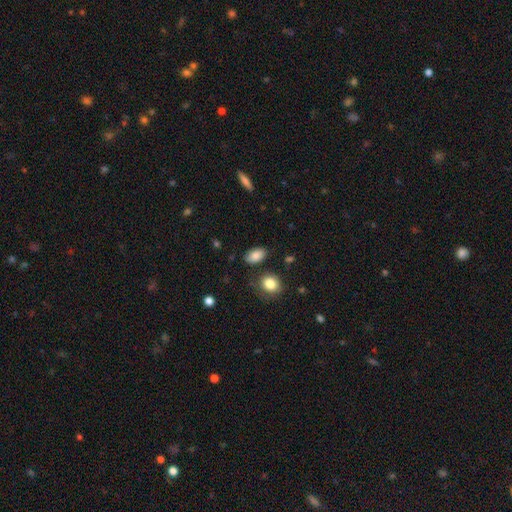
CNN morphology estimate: type=smooth (85%); roundness=in between (89%); merging=none (82%).